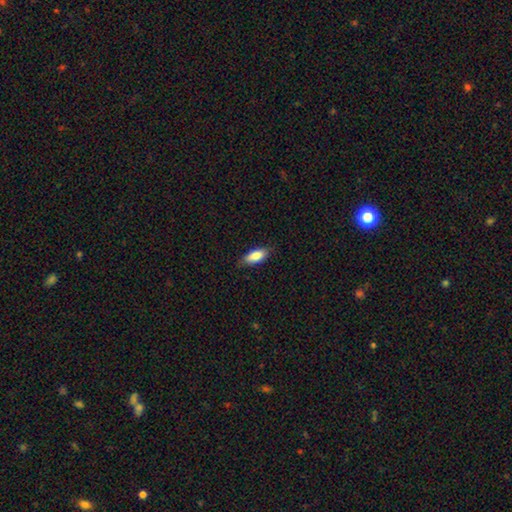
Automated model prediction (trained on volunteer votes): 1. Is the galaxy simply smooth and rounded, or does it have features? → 84% smooth, 9% featured or disk, 7% star or artifact.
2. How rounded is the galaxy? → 81% in between, 17% cigar-shaped, 2% round.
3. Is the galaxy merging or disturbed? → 80% none, 16% minor disturbance, 3% major disturbance, 1% merger.